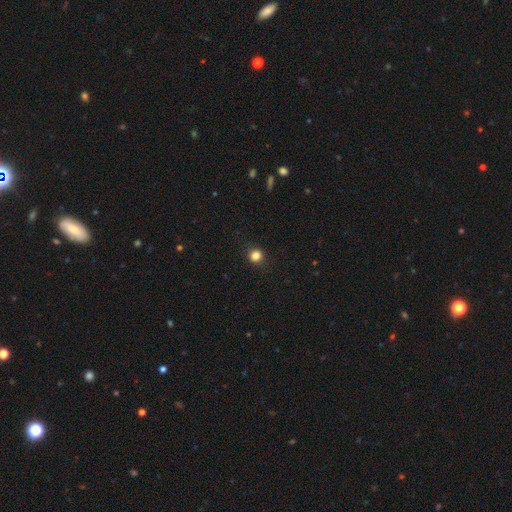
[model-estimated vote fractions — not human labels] Morphology: type=smooth (83%); roundness=round (89%); merging=none (90%).